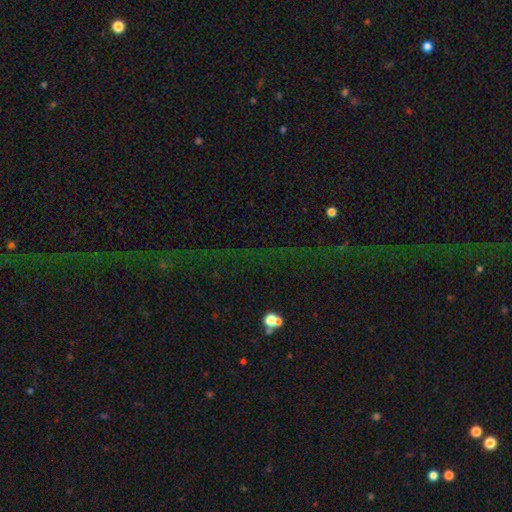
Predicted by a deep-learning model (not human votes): Smooth or featured? Predicted: star or artifact (p=0.78).